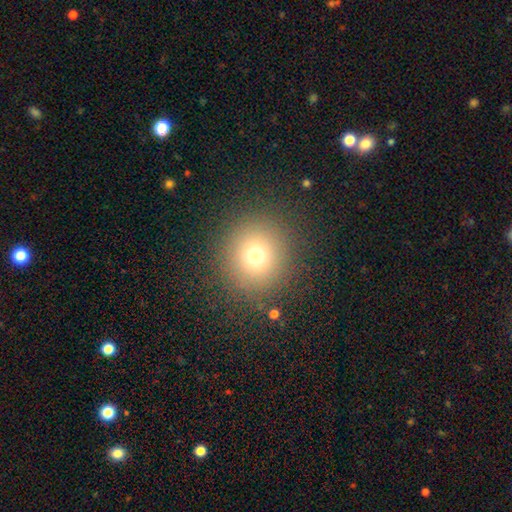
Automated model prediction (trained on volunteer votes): This is likely a smooth galaxy (71%). How rounded: clearly round (93%). Merging: clearly none (88%).